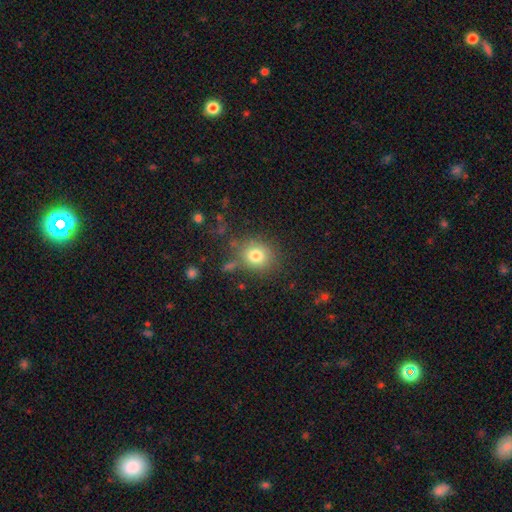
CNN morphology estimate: The model was most divided on "how rounded": round: 75%, in between: 24%, cigar-shaped: 1%. More confident: smooth or featured — smooth (79%); merging — none (75%).